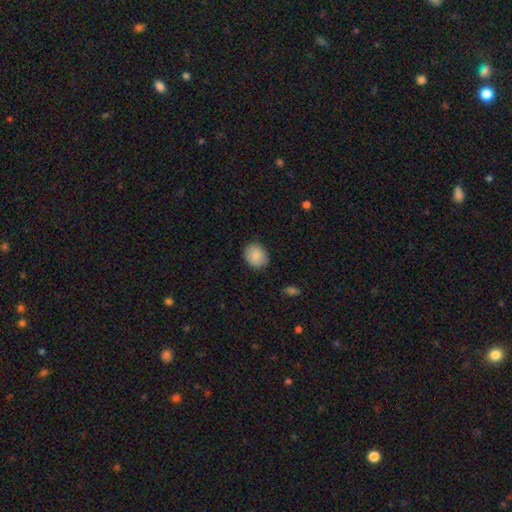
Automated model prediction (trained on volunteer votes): The model was most divided on "how rounded": round: 62%, in between: 37%, cigar-shaped: 1%. More confident: smooth or featured — smooth (87%); merging — none (85%).